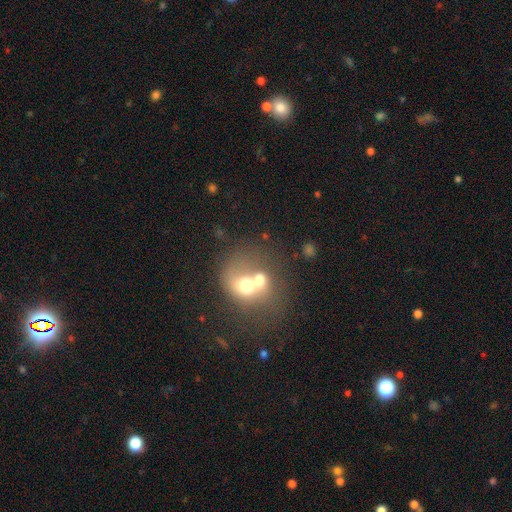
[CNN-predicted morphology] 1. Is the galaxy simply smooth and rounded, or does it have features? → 48% smooth, 32% featured or disk, 20% star or artifact.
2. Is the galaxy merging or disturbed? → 64% merger, 21% none, 8% major disturbance, 7% minor disturbance.